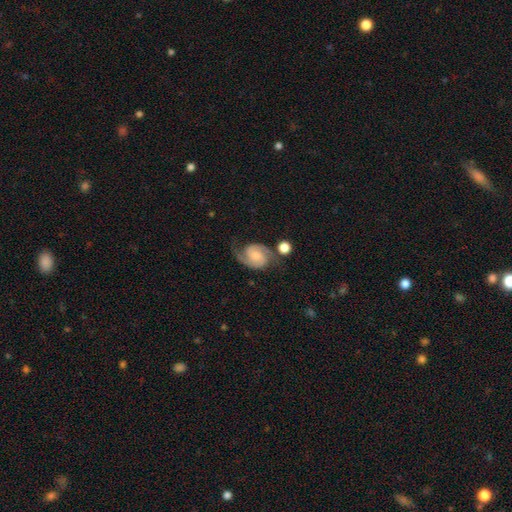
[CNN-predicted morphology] Q: Smooth or featured?
A: featured or disk (83%); runner-up: smooth (11%)
Q: Edge-on disk?
A: no (98%); runner-up: yes (2%)
Q: Bar?
A: no (59%); runner-up: weak (33%)
Q: Spiral arms?
A: yes (97%); runner-up: no (3%)
Q: Spiral winding?
A: medium (52%); runner-up: tight (28%)
Q: Spiral arm count?
A: 2 (92%); runner-up: can't tell (3%)
Q: Bulge size?
A: small (35%); runner-up: moderate (33%)
Q: Merging?
A: none (65%); runner-up: minor disturbance (19%)